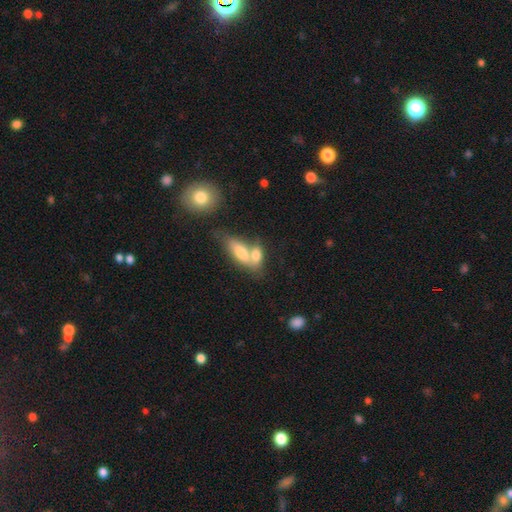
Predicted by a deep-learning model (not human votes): smooth-or-featured: smooth: 72% | featured or disk: 20% | star or artifact: 8%
  how-rounded: in between: 79% | cigar-shaped: 15% | round: 6%
  merging: merger: 65% | none: 23% | minor disturbance: 8% | major disturbance: 5%